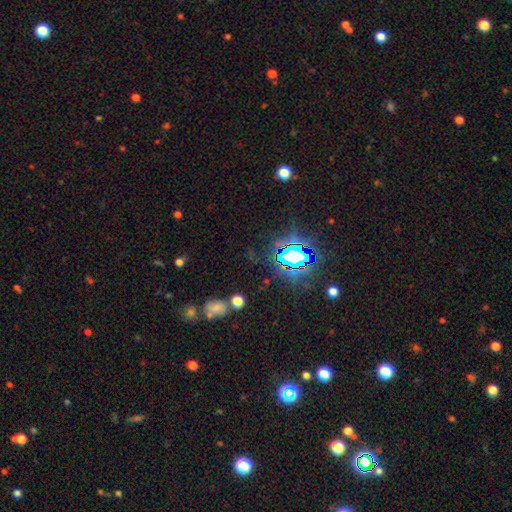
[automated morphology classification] type=star or artifact (78%).